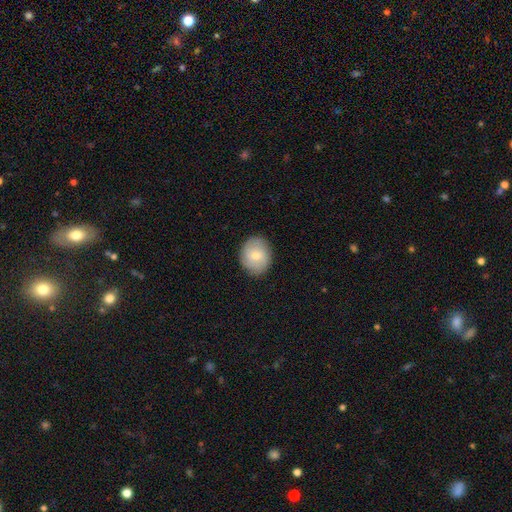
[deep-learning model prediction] A smooth galaxy with no disk features (69%) that is round (70%). Merging: none (85%).